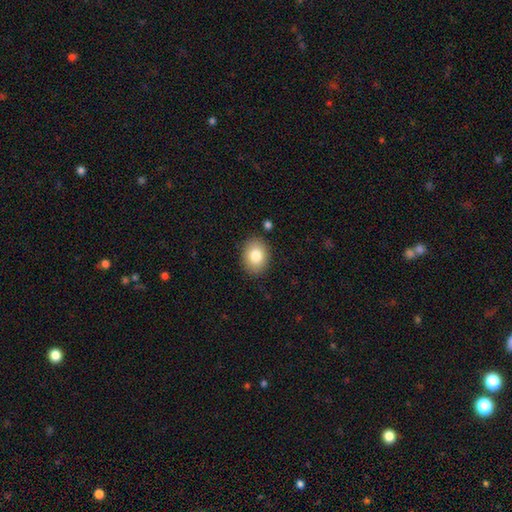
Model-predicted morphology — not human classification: The model was most divided on "how rounded": in between: 60%, round: 39%, cigar-shaped: 1%. More confident: merging — none (87%); smooth or featured — smooth (82%).